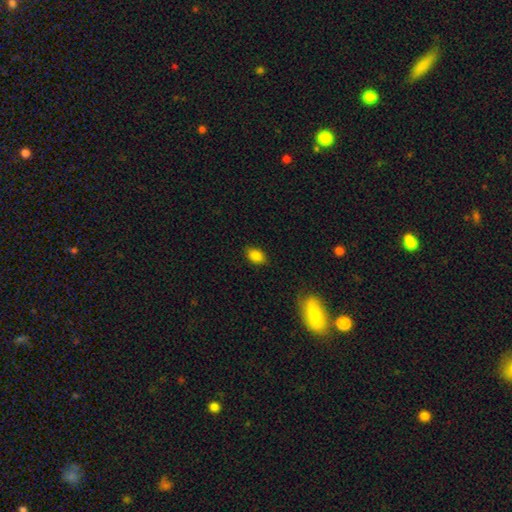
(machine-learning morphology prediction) Smooth or featured?
  - smooth: 84% *
  - star or artifact: 10%
  - featured or disk: 6%
How rounded?
  - in between: 85% *
  - round: 13%
  - cigar-shaped: 2%
Merging?
  - none: 85% *
  - minor disturbance: 12%
  - major disturbance: 2%
  - merger: 1%